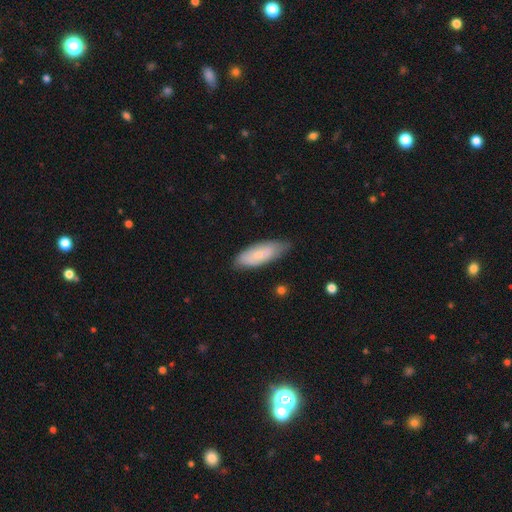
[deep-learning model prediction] A smooth galaxy with no disk features (67%) that is in between round and cigar-shaped (74%).

Vote fractions:
- Smooth or featured? smooth: 67% / featured or disk: 27% / star or artifact: 6%
- How rounded? in between: 74% / cigar-shaped: 25% / round: 2%
- Merging? none: 68% / minor disturbance: 26% / major disturbance: 4% / merger: 2%